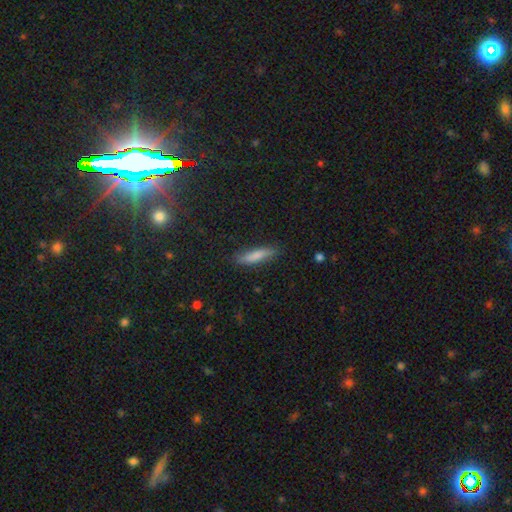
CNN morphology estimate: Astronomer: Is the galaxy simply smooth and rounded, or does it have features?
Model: smooth — 77%.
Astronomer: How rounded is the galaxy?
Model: cigar-shaped — 81%.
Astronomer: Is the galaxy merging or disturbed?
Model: none — 82%.